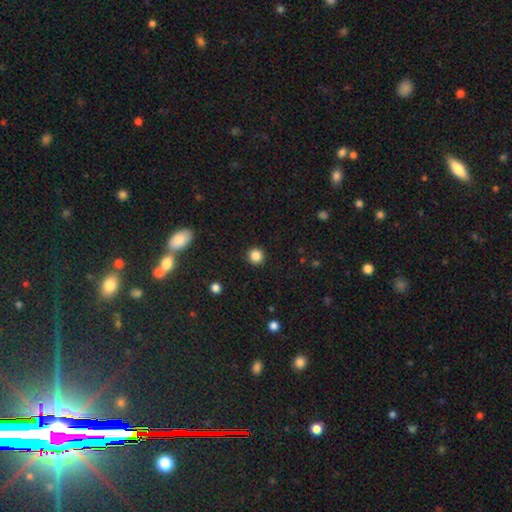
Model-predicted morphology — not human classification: smooth_or_featured: smooth (p=0.86) [alt: star or artifact p=0.11]
how_rounded: round (p=0.94) [alt: in between p=0.05]
merging: none (p=0.93) [alt: minor disturbance p=0.05]